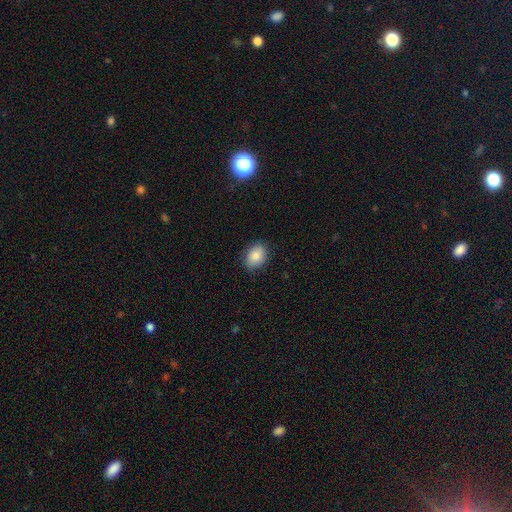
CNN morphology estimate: This is clearly a smooth galaxy (85%). How rounded: likely in between (69%). Merging: clearly none (85%).